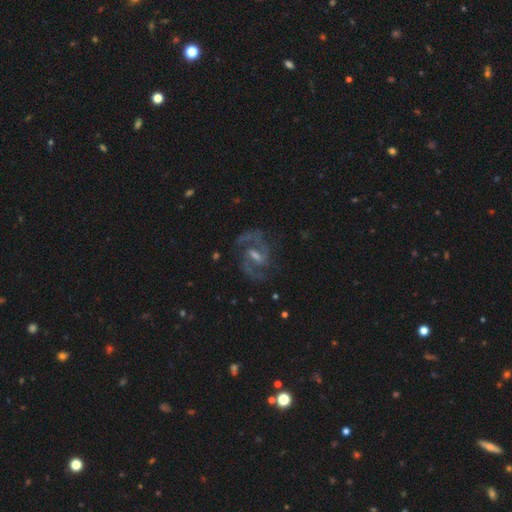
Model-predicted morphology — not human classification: Overall: featured or disk (90%). Edge-on disk: no (98%). Bar: weak (56%; strong 31%). Spiral arms: yes (98%). Spiral arm count: 2 (91%). Spiral winding: medium (66%). Bulge size: small (41%; moderate 39%). Merging: none (78%).